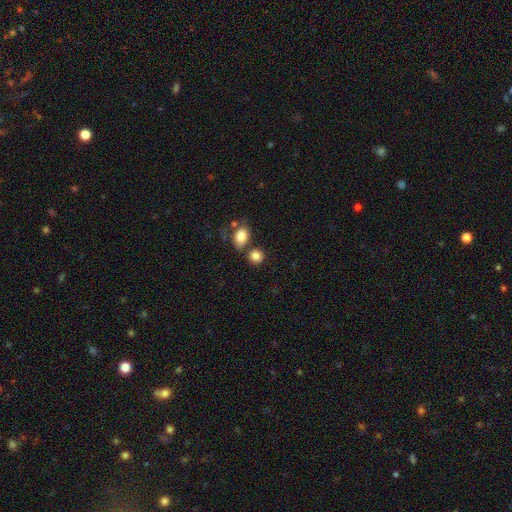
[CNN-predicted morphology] The model was most divided on "merging": none: 68%, merger: 19%, minor disturbance: 10%, major disturbance: 3%. More confident: smooth or featured — smooth (84%); how rounded — round (77%).